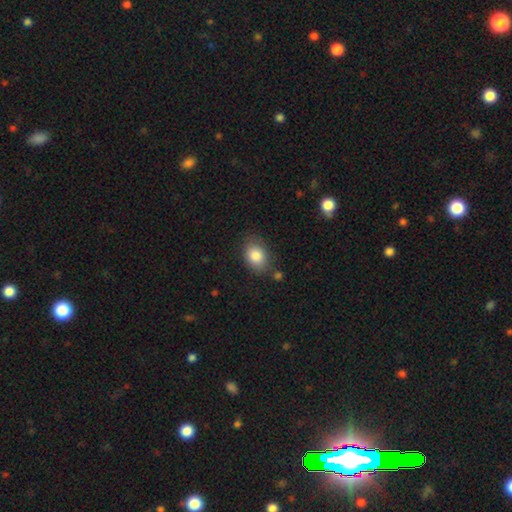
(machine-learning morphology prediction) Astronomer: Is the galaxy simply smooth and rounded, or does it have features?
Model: smooth — 84%.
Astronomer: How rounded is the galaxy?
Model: in between — 69%.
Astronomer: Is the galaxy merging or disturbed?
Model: none — 76%.